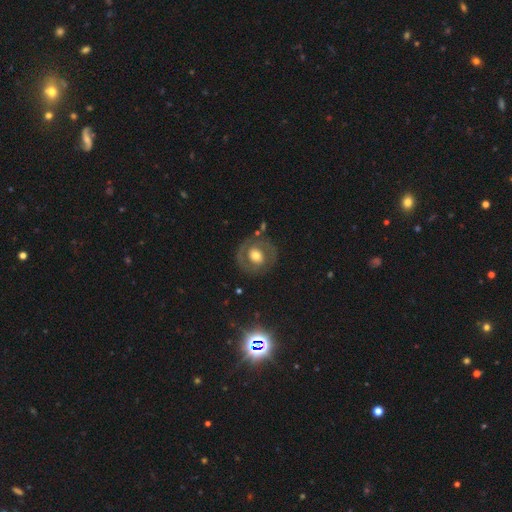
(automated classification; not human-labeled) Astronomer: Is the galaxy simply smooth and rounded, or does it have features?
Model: featured or disk — 57% (runner-up: smooth, 36%).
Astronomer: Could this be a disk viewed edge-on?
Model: no — 96%.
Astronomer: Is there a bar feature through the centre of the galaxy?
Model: no — 66%.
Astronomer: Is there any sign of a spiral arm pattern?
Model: no — 56% (runner-up: yes, 44%).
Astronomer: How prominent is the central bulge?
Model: moderate — 62%.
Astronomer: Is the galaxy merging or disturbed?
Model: none — 76%.